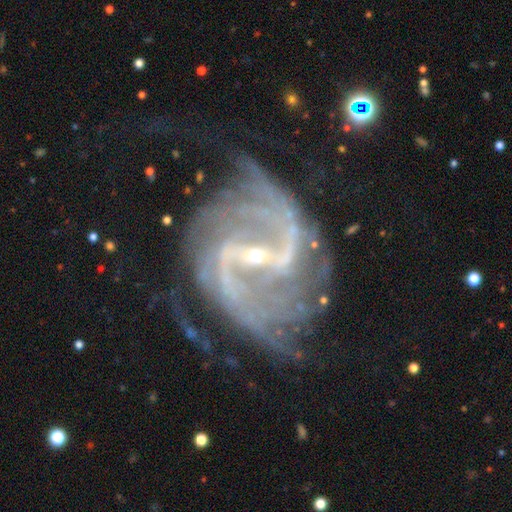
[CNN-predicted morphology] This appears to be a featured or disk galaxy (92%) with a strong bar (61%), 2 (57%) medium (45%) spiral arms (98%) and a small central bulge (85%). Merging: none (55%).